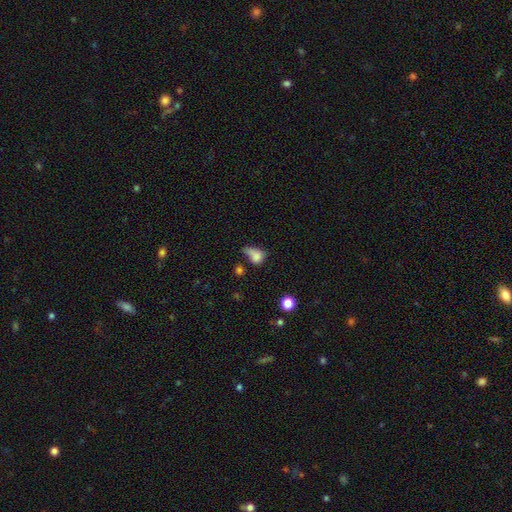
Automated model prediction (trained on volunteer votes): Q: Smooth or featured?
A: smooth (75%); runner-up: featured or disk (13%)
Q: How rounded?
A: in between (66%); runner-up: round (31%)
Q: Merging?
A: major disturbance (32%); runner-up: minor disturbance (30%)